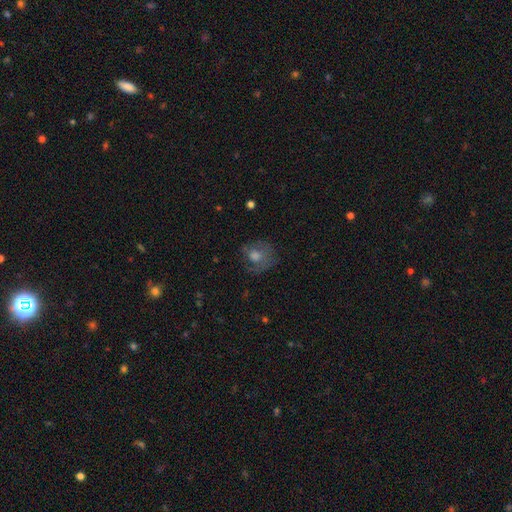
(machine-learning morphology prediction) This appears to be a smooth galaxy with no disk features (46%). Merging: none (59%).